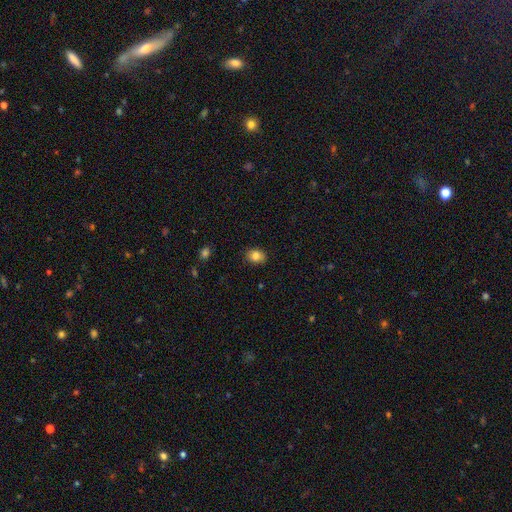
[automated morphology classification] Overall: smooth (83%). How rounded: in between (57%; round 42%). Merging: none (83%).